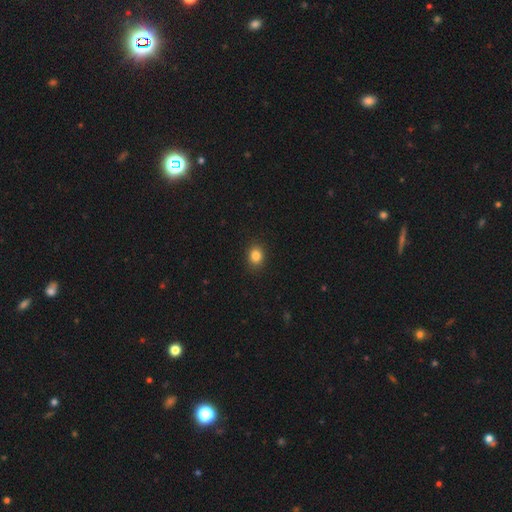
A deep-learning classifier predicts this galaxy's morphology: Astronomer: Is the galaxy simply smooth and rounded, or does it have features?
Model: smooth — 84%.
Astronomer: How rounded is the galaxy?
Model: round — 58% (runner-up: in between, 41%).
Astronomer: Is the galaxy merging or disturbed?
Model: none — 90%.